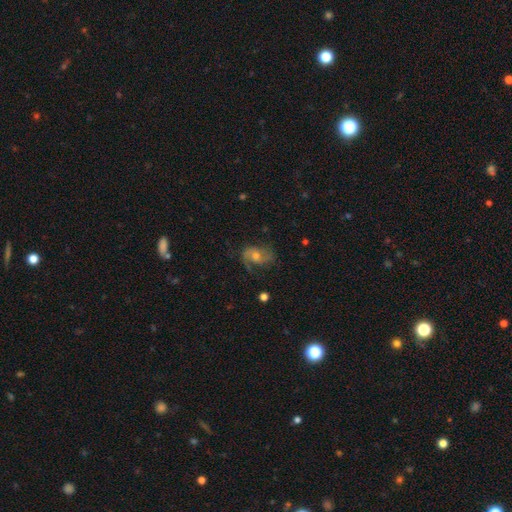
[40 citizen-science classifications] This is possibly a featured or disk galaxy (52%). It is clearly not viewed edge-on (95%). Bar: clearly no (85%). Spiral arm pattern: clearly yes (80%). Spiral arm count: marginally 1 (44%). Spiral winding: possibly loose (50%). Central bulge: likely moderate (65%). Merging: possibly none (52%).